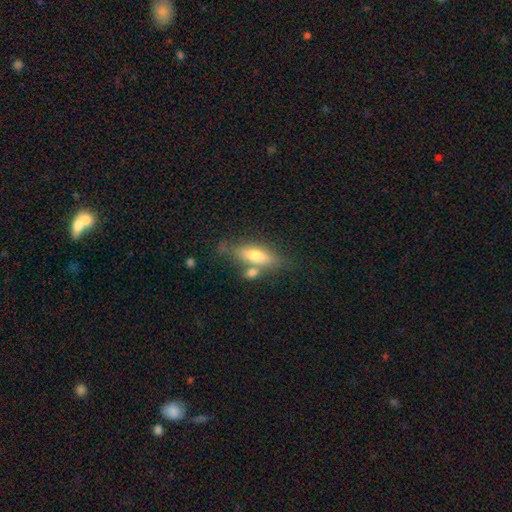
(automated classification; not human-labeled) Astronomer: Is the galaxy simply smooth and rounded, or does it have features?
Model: smooth — 59%.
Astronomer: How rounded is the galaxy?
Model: in between — 57% (runner-up: cigar-shaped, 39%).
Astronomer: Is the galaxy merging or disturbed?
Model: none — 55%.